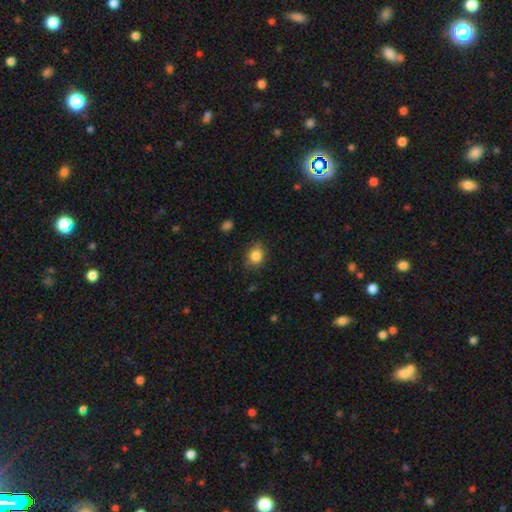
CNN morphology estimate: The model was most divided on "how rounded": round: 56%, in between: 43%, cigar-shaped: 1%. More confident: smooth or featured — smooth (84%); merging — none (79%).